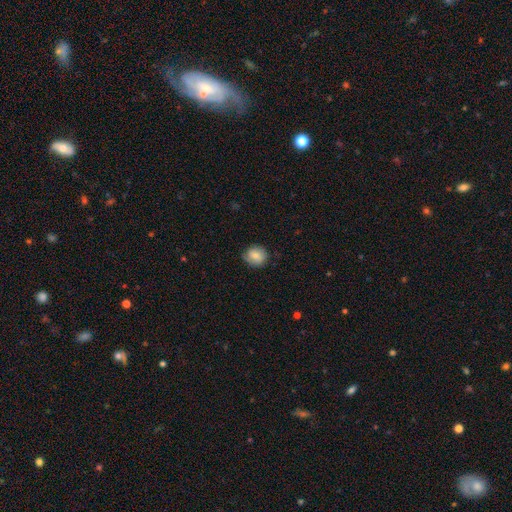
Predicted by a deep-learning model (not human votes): smooth 78%, featured or disk 14%, star or artifact 8%. Down the decision tree: how rounded — round (75%); merging — none (75%).